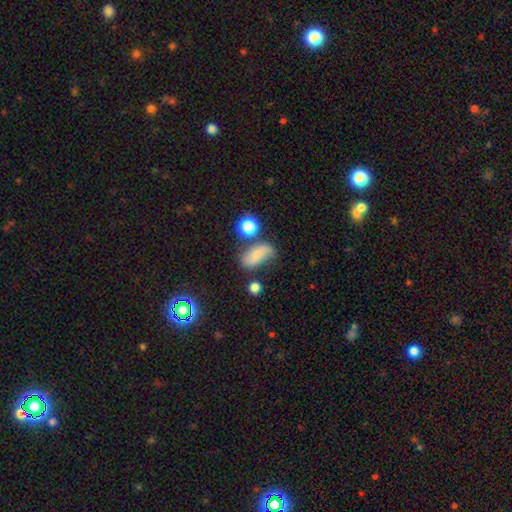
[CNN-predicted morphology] Smooth or featured: smooth — 59% (featured or disk — 28%)
How rounded: in between — 81% (round — 13%)
Merging: none — 55% (minor disturbance — 24%)